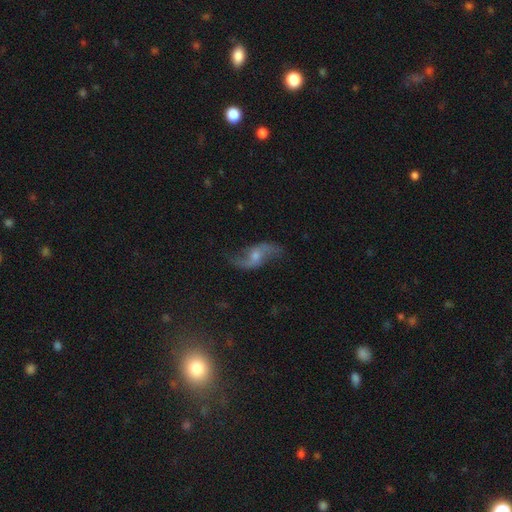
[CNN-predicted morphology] smooth-or-featured: featured or disk: 82% | smooth: 10% | star or artifact: 8%
  disk-edge-on: no: 94% | yes: 6%
    bar: no: 56% | weak: 34% | strong: 10%
    has-spiral-arms: yes: 94% | no: 6%
      spiral-winding: loose: 86% | medium: 11% | tight: 3%
      spiral-arm-count: 2: 93% | can't tell: 2% | 1: 2% | 3: 1% | 4: 1% | more than 4: 1%
    bulge-size: moderate: 47% | small: 44% | none: 4% | large: 4% | dominant: 1%
  merging: none: 76% | minor disturbance: 15% | major disturbance: 8% | merger: 2%